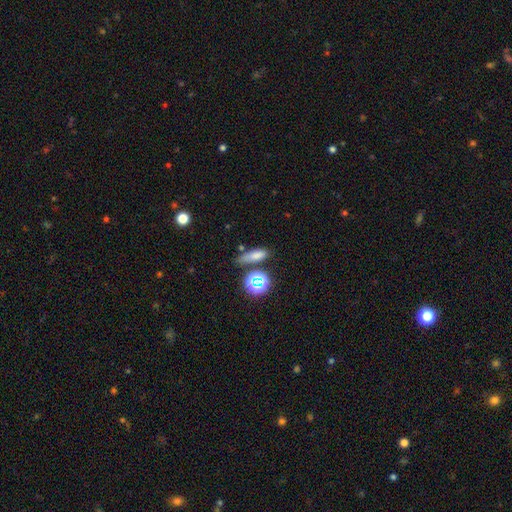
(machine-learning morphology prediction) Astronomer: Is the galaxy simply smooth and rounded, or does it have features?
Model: smooth — 69%.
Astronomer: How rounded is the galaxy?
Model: cigar-shaped — 45% (runner-up: in between, 42%).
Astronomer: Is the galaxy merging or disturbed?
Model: none — 67%.